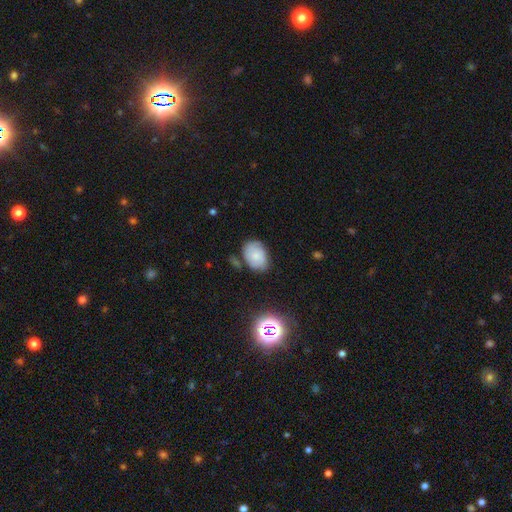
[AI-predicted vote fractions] smooth-or-featured: smooth: 69% | featured or disk: 20% | star or artifact: 10%
  how-rounded: in between: 78% | round: 20% | cigar-shaped: 1%
  merging: none: 69% | minor disturbance: 21% | major disturbance: 5% | merger: 5%